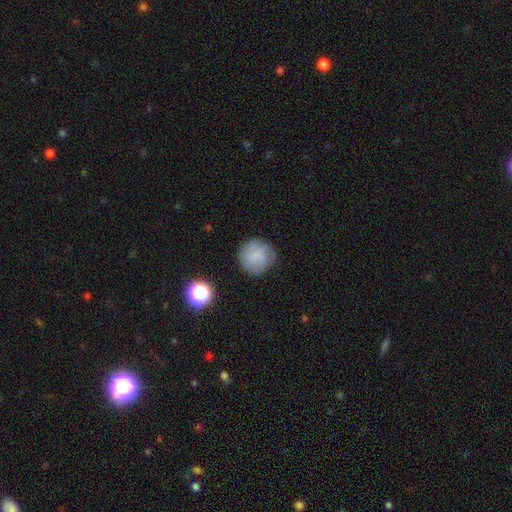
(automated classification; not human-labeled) A smooth galaxy with no disk features (67%) that is round (92%). Merging: none (74%).